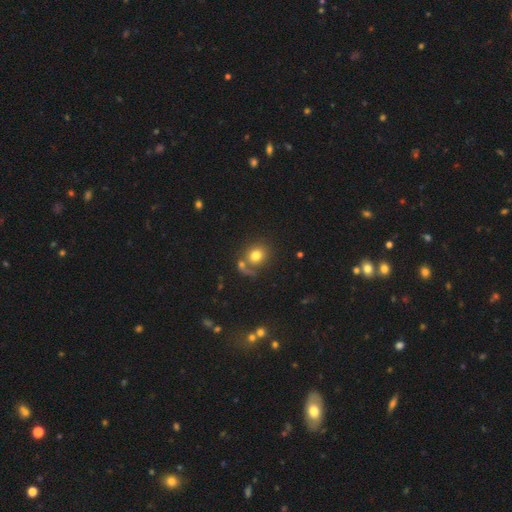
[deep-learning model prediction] A smooth galaxy with no disk features (74%) that is round (75%).

Vote fractions:
- Smooth or featured? smooth: 74% / featured or disk: 15% / star or artifact: 11%
- How rounded? round: 75% / in between: 24% / cigar-shaped: 1%
- Merging? none: 52% / merger: 25% / minor disturbance: 12% / major disturbance: 10%